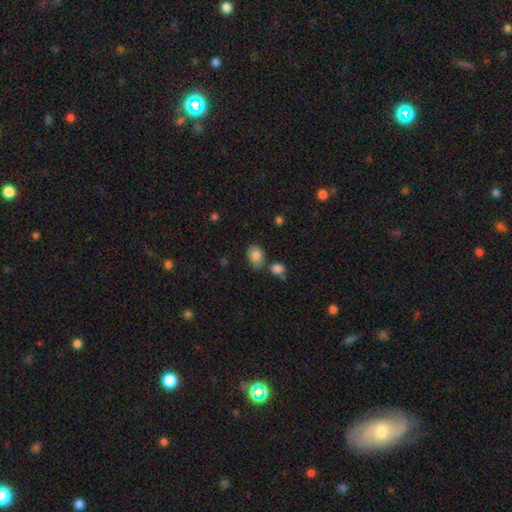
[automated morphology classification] A smooth galaxy with no disk features (82%) that is in between round and cigar-shaped (74%). Merging: none (66%).